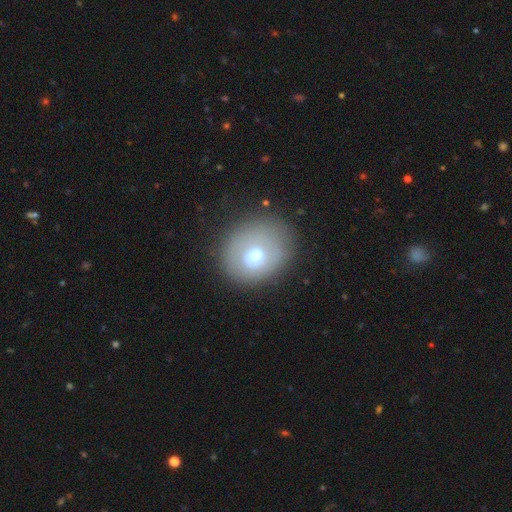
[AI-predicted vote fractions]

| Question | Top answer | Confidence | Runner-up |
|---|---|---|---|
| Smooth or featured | smooth | 61% | featured or disk (28%) |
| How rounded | round | 66% | in between (33%) |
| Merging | none | 73% | minor disturbance (17%) |